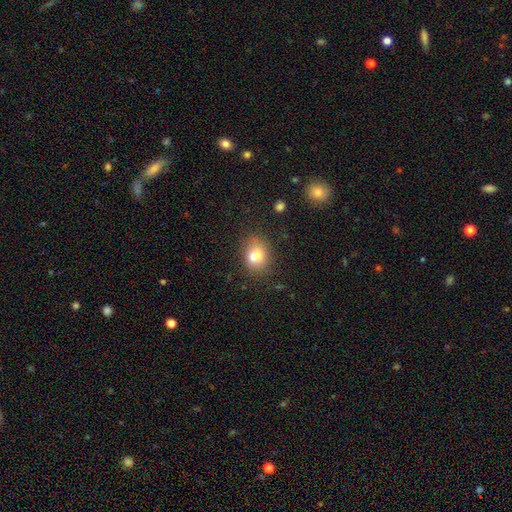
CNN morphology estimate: Smooth or featured? Predicted: smooth (p=0.74). How rounded? Predicted: in between (p=0.49, tied with round). Merging? Predicted: none (p=0.51).